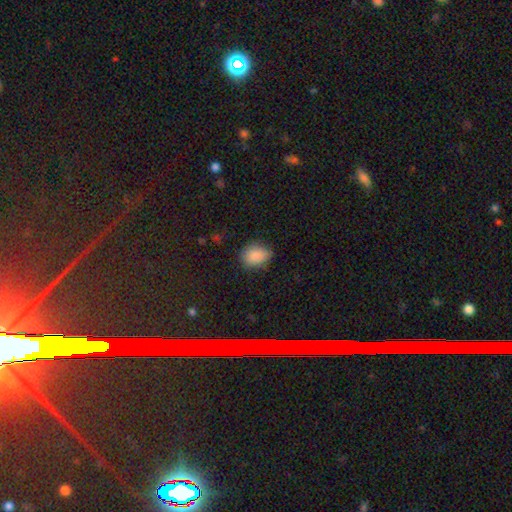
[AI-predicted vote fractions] Smooth or featured? Predicted: smooth (p=0.87). How rounded? Predicted: in between (p=0.66). Merging? Predicted: none (p=0.75).